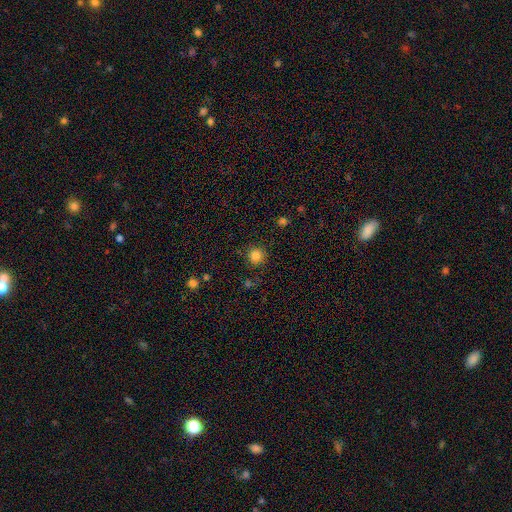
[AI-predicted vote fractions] smooth 84%, star or artifact 12%, featured or disk 4%. Down the decision tree: how rounded — round (94%); merging — none (87%).